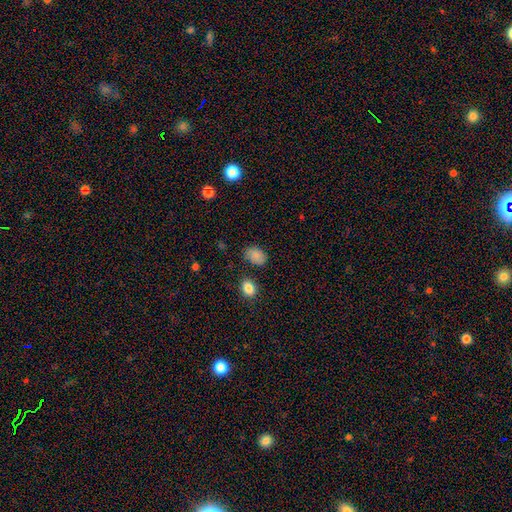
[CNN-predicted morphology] Smooth or featured?
  - smooth: 81% *
  - star or artifact: 10%
  - featured or disk: 9%
How rounded?
  - in between: 78% *
  - round: 20%
  - cigar-shaped: 1%
Merging?
  - none: 73% *
  - minor disturbance: 19%
  - major disturbance: 4%
  - merger: 4%